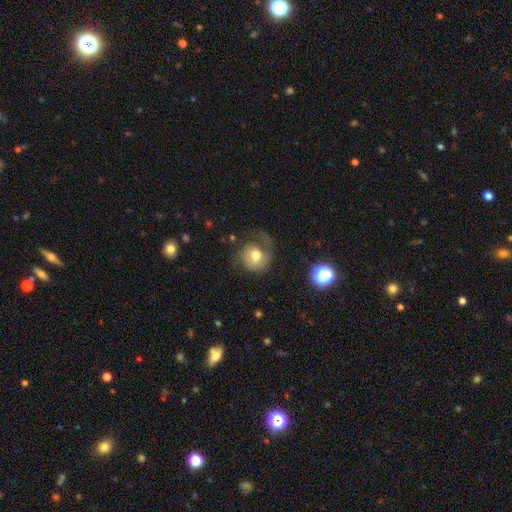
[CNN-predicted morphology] smooth 63%, featured or disk 27%, star or artifact 10%. Down the decision tree: how rounded — round (80%); merging — none (44%).